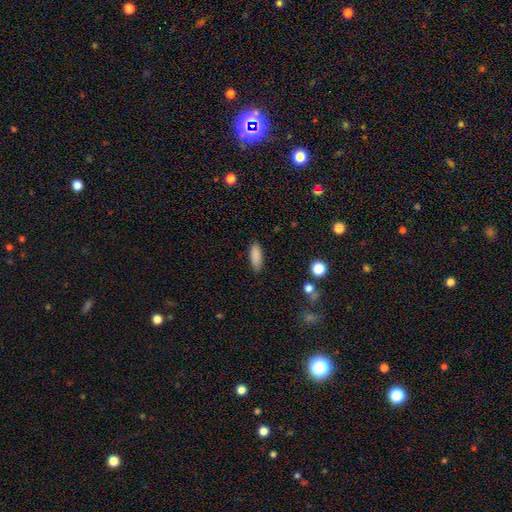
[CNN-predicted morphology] Smooth or featured?
  - smooth: 88% *
  - star or artifact: 7%
  - featured or disk: 5%
How rounded?
  - in between: 68% *
  - cigar-shaped: 30%
  - round: 2%
Merging?
  - none: 87% *
  - minor disturbance: 10%
  - major disturbance: 2%
  - merger: 1%